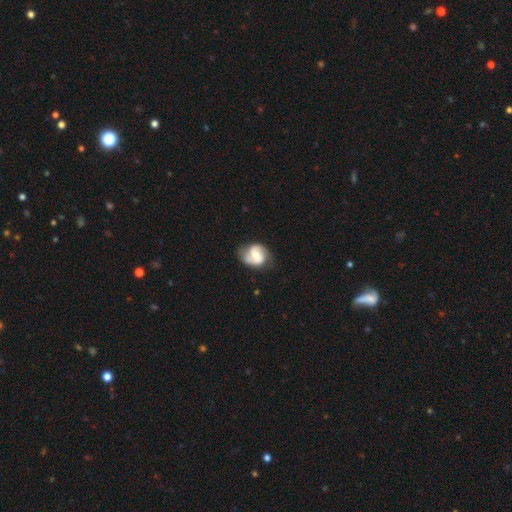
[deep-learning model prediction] Overall: featured or disk (71%). Edge-on disk: no (98%). Bar: weak (48%; no 32%). Spiral arms: yes (92%). Spiral arm count: 2 (85%). Spiral winding: medium (47%; tight 27%). Bulge size: moderate (49%; small 37%). Merging: none (68%).